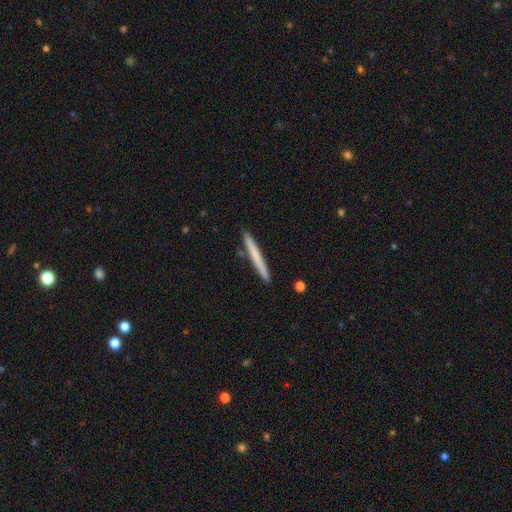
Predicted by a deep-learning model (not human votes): Smooth or featured?
  - smooth: 62% *
  - featured or disk: 32%
  - star or artifact: 6%
How rounded?
  - cigar-shaped: 97% *
  - in between: 2%
  - round: 1%
Merging?
  - none: 91% *
  - minor disturbance: 6%
  - merger: 2%
  - major disturbance: 1%